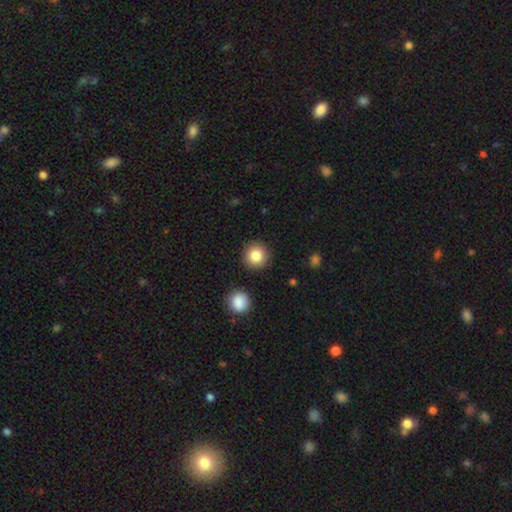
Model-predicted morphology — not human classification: Smooth or featured? Predicted: smooth (p=0.84). How rounded? Predicted: round (p=0.95). Merging? Predicted: none (p=0.89).